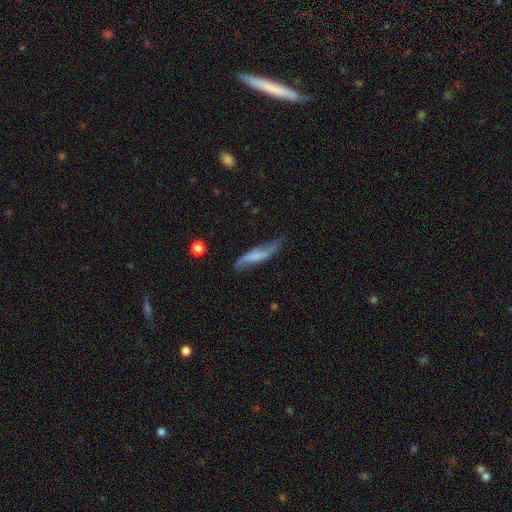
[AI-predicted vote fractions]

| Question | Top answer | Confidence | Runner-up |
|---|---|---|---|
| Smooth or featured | featured or disk | 62% | smooth (31%) |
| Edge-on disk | no | 75% | yes (25%) |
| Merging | none | 63% | minor disturbance (25%) |